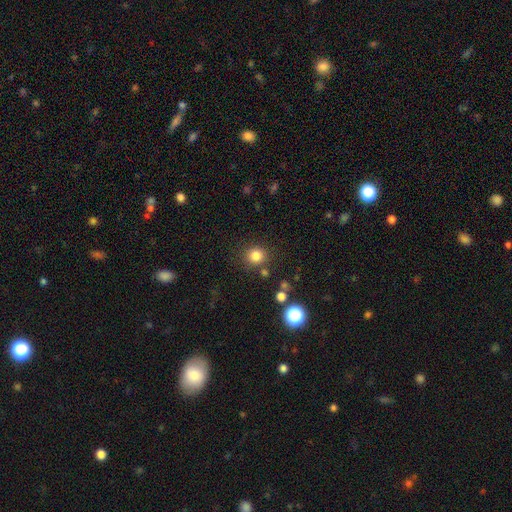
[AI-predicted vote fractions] This appears to be a smooth galaxy with no disk features (81%) that is round (89%). Merging: none (84%).